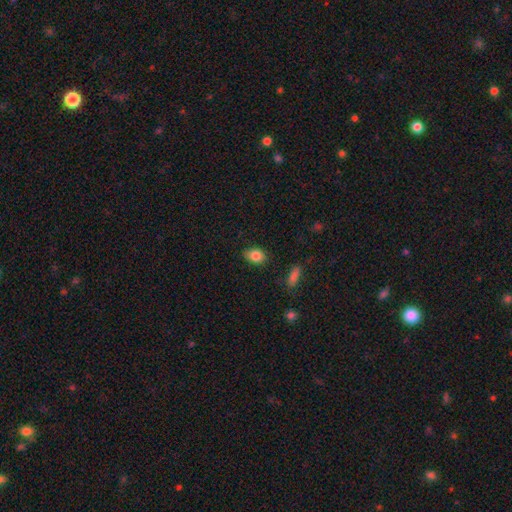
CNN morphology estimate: This is clearly a smooth galaxy (85%). How rounded: likely in between (70%). Merging: likely none (80%).